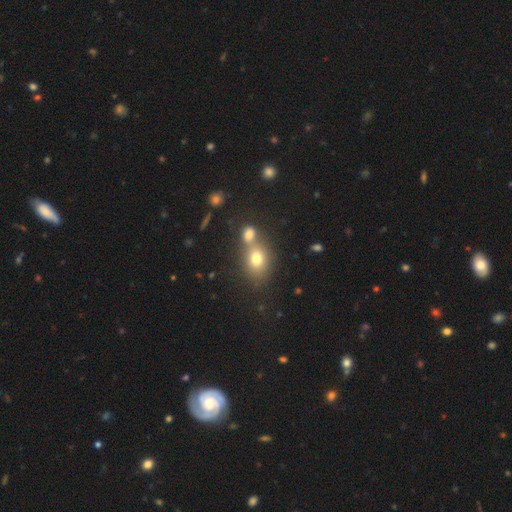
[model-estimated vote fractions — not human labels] Q: Smooth or featured?
A: smooth (61%); runner-up: star or artifact (22%)
Q: How rounded?
A: round (54%); runner-up: in between (44%)
Q: Merging?
A: none (51%); runner-up: merger (35%)